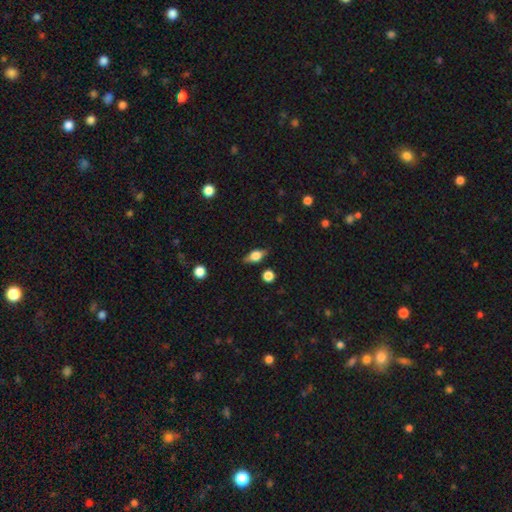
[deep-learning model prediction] Overall: smooth (50%; featured or disk 41%). Merging: none (79%).